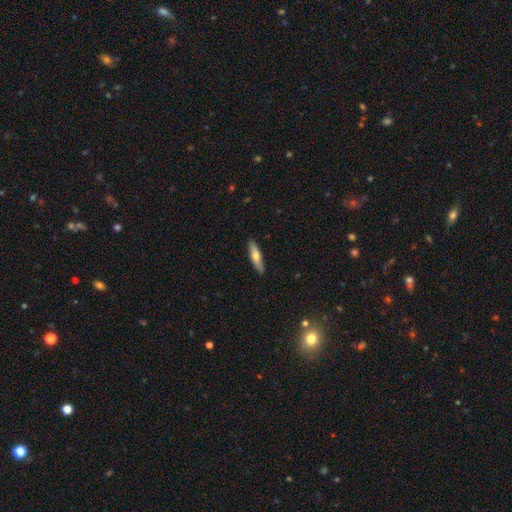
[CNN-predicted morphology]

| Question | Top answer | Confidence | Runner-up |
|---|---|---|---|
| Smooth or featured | smooth | 63% | featured or disk (31%) |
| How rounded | cigar-shaped | 74% | in between (24%) |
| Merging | none | 88% | minor disturbance (9%) |